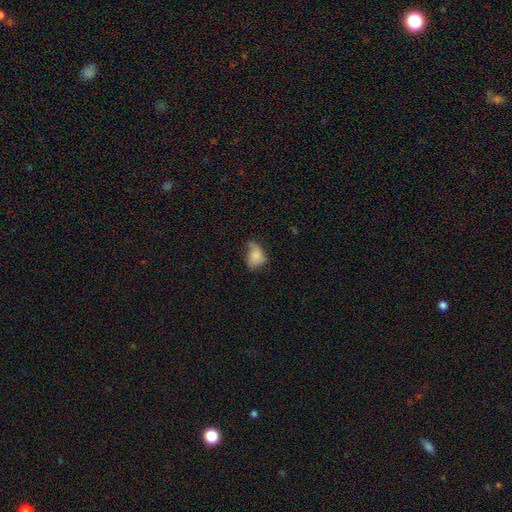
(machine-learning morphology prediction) smooth-or-featured: smooth: 74% | featured or disk: 17% | star or artifact: 9%
  how-rounded: in between: 79% | round: 20% | cigar-shaped: 2%
  merging: minor disturbance: 41% | none: 31% | major disturbance: 25% | merger: 3%